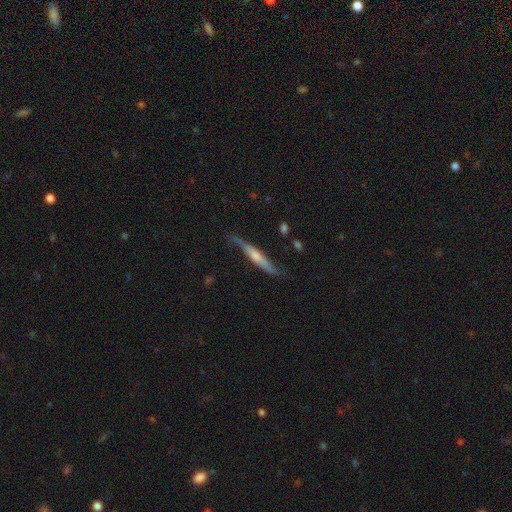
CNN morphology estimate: Smooth or featured? featured or disk (65%)
Edge-on disk? yes (86%)
Edge-on bulge? rounded (64%)
Merging? none (66%)